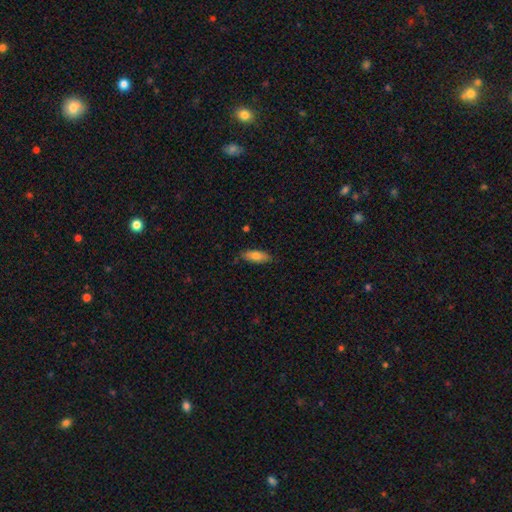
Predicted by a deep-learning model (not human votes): A smooth galaxy with no disk features (78%) that is in between round and cigar-shaped (73%). Merging: none (80%).